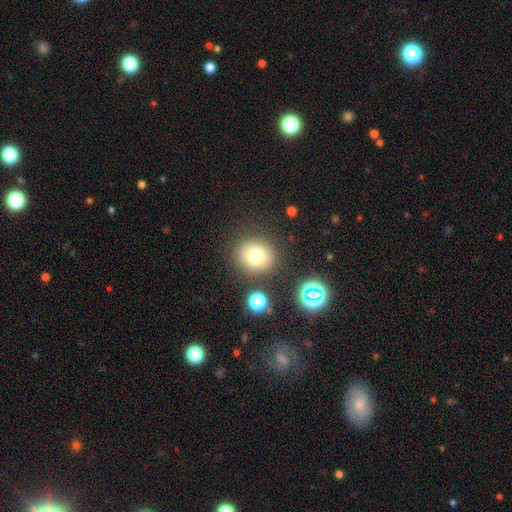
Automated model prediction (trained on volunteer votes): Smooth or featured: smooth — 74% (star or artifact — 14%)
How rounded: round — 81% (in between — 18%)
Merging: none — 83% (minor disturbance — 9%)